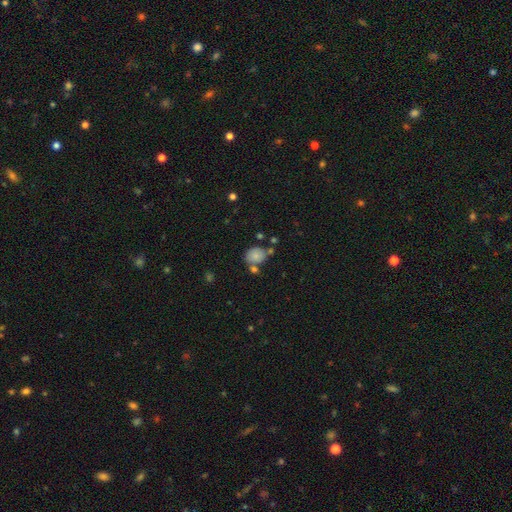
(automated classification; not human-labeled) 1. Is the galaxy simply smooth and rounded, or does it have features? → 80% smooth, 10% featured or disk, 10% star or artifact.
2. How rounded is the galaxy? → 56% round, 43% in between, 1% cigar-shaped.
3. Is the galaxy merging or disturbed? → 58% none, 18% minor disturbance, 18% merger, 6% major disturbance.